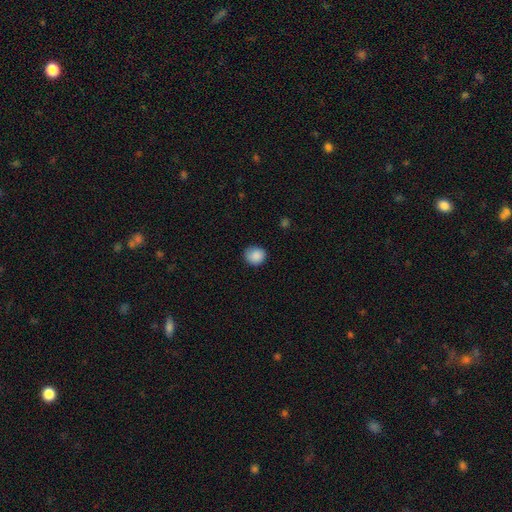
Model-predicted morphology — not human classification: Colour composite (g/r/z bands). It shows a smooth galaxy with no disk features (87%) that is round (81%). Merging: none (79%).